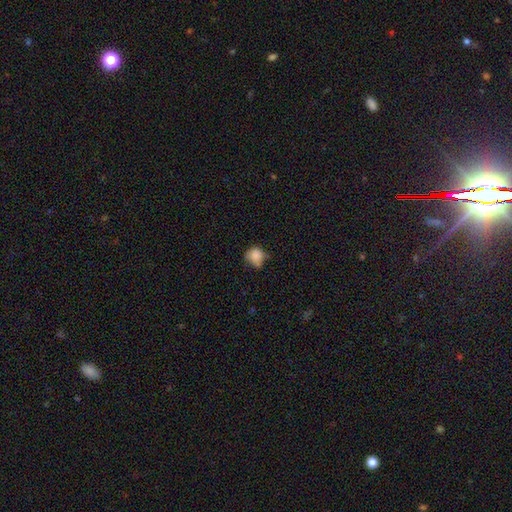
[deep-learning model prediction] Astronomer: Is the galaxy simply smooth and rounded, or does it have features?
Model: smooth — 81%.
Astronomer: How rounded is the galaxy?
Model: round — 75%.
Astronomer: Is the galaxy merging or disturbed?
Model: none — 45% (runner-up: minor disturbance, 36%).